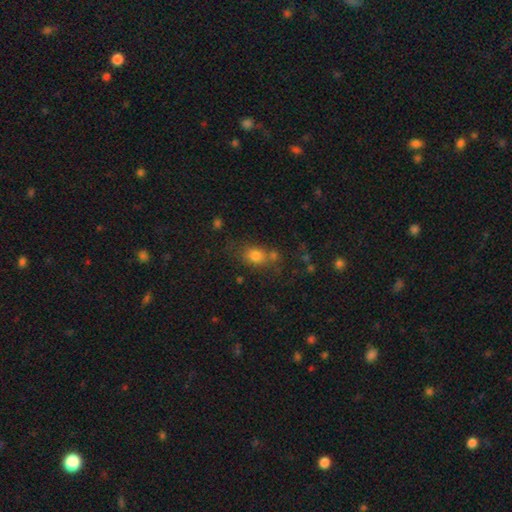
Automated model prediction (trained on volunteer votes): Smooth or featured?
  - smooth: 78% *
  - star or artifact: 12%
  - featured or disk: 10%
How rounded?
  - in between: 52% *
  - round: 46%
  - cigar-shaped: 2%
Merging?
  - none: 57% *
  - merger: 19%
  - minor disturbance: 17%
  - major disturbance: 7%